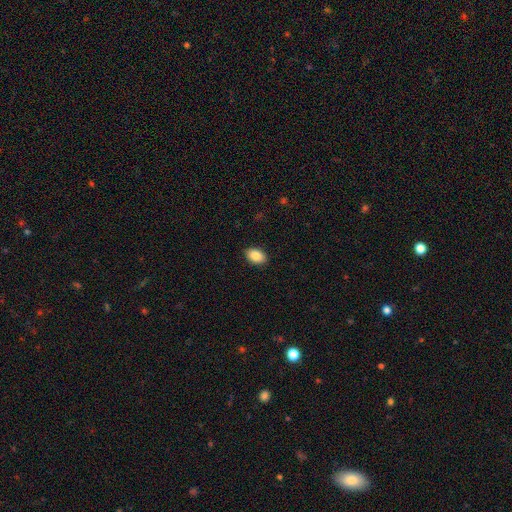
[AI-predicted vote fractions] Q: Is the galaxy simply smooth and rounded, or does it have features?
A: smooth — 89%.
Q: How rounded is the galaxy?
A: in between — 90%.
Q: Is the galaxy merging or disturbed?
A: none — 89%.